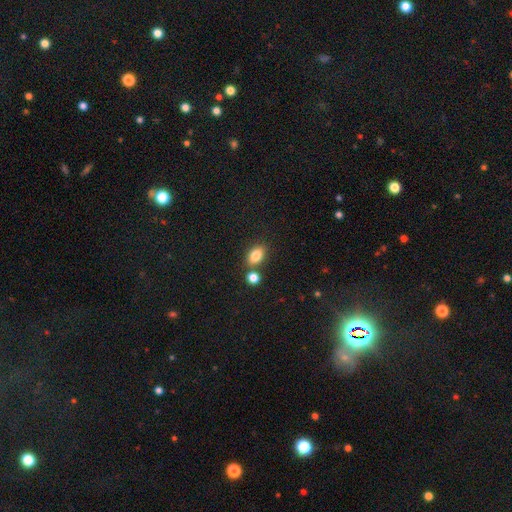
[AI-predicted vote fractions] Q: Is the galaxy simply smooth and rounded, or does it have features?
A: smooth — 83%.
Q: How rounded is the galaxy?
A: in between — 82%.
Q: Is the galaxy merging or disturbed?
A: none — 68%.